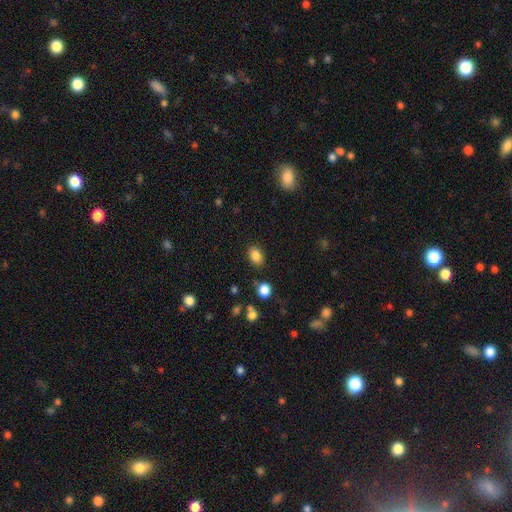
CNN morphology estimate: This is clearly a smooth galaxy (85%). How rounded: likely in between (73%). Merging: clearly none (83%).